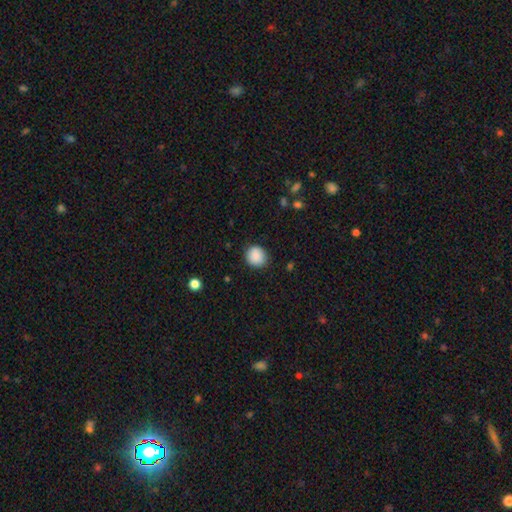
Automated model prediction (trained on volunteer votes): A smooth galaxy with no disk features (89%) that is round (85%). Merging: none (88%).